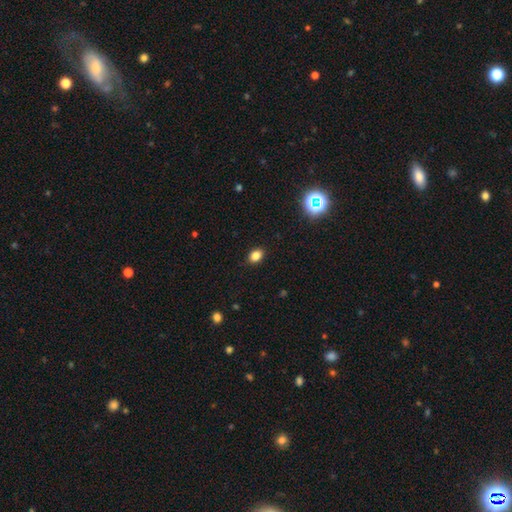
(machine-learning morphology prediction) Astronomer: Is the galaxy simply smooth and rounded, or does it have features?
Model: smooth — 83%.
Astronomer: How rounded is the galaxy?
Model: in between — 68%.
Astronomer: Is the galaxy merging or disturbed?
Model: none — 88%.